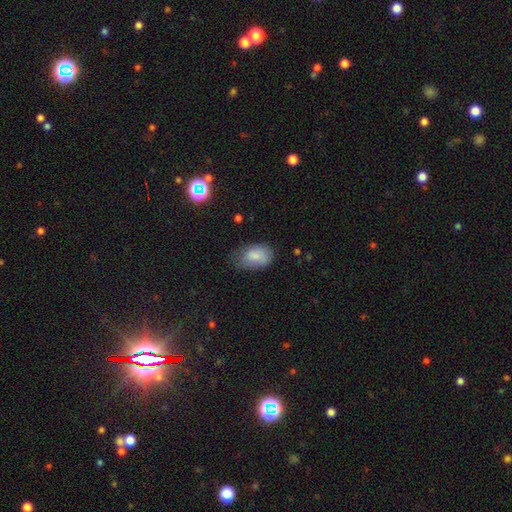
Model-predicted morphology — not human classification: The model was most divided on "merging": none: 52%, minor disturbance: 36%, major disturbance: 11%, merger: 2%. More confident: how rounded — in between (88%); smooth or featured — smooth (82%).